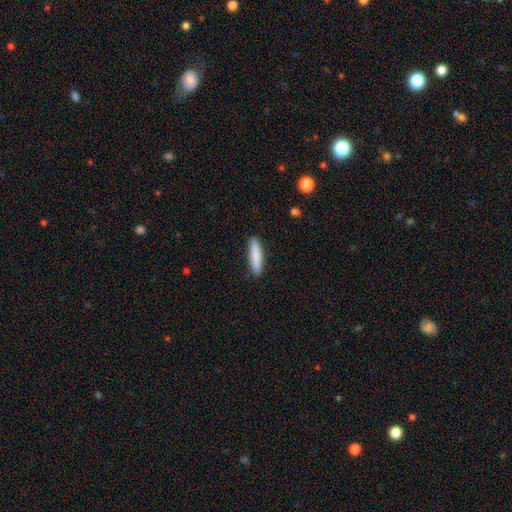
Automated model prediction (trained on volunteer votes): This is clearly a smooth galaxy (83%). How rounded: clearly cigar-shaped (84%). Merging: clearly none (90%).